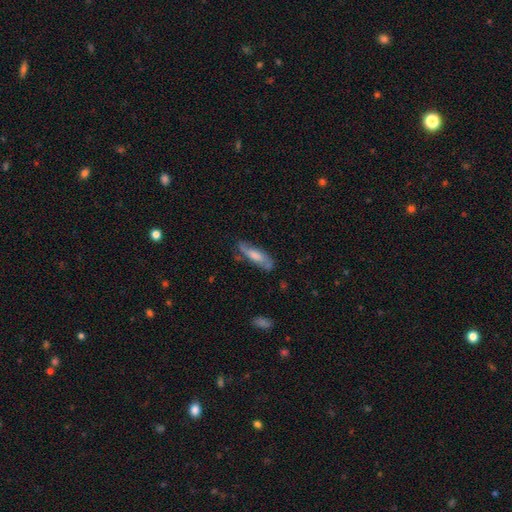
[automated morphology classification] A smooth galaxy with no disk features (56%) that is cigar-shaped (51%). Merging: none (69%).